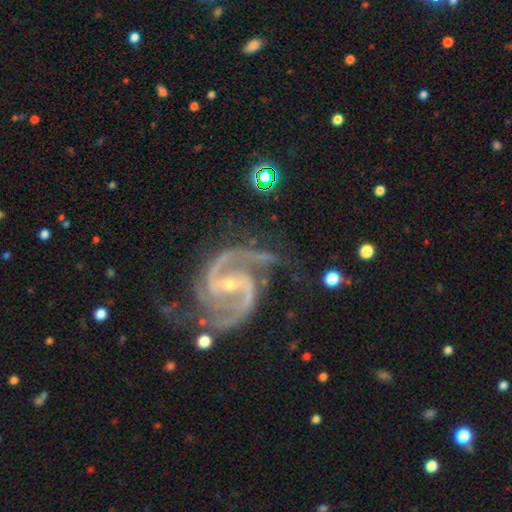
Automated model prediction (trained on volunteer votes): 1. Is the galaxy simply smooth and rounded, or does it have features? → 94% featured or disk, 4% star or artifact, 2% smooth.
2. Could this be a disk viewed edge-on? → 98% no, 2% yes.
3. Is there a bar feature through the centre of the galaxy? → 40% weak, 32% strong, 28% no.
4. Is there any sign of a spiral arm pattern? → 99% yes, 1% no.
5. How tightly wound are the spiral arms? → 64% medium, 25% tight, 12% loose.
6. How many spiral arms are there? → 84% 2, 8% 3, 2% can't tell, 2% 4, 2% 1, 2% more than 4.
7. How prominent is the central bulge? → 69% small, 28% moderate, 1% none, 1% large, 1% dominant.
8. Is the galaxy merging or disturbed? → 66% none, 21% minor disturbance, 10% major disturbance, 3% merger.